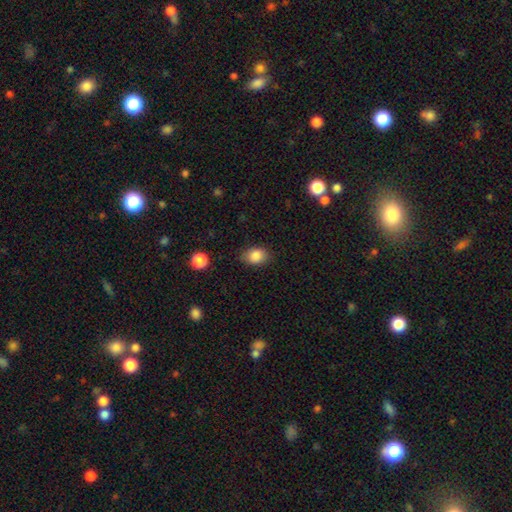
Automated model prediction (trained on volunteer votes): smooth 85%, star or artifact 9%, featured or disk 6%. Down the decision tree: how rounded — in between (69%); merging — none (79%).